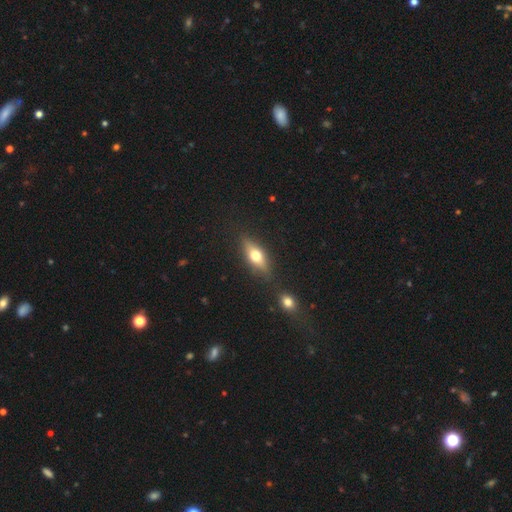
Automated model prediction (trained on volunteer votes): This appears to be a smooth galaxy with no disk features (57%) that is in between round and cigar-shaped (61%). Merging: none (81%).